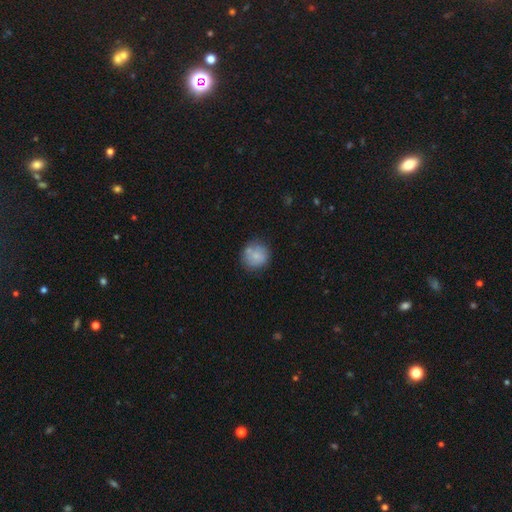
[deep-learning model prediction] Q: Smooth or featured?
A: smooth (72%); runner-up: featured or disk (20%)
Q: How rounded?
A: round (90%); runner-up: in between (9%)
Q: Merging?
A: none (69%); runner-up: minor disturbance (17%)